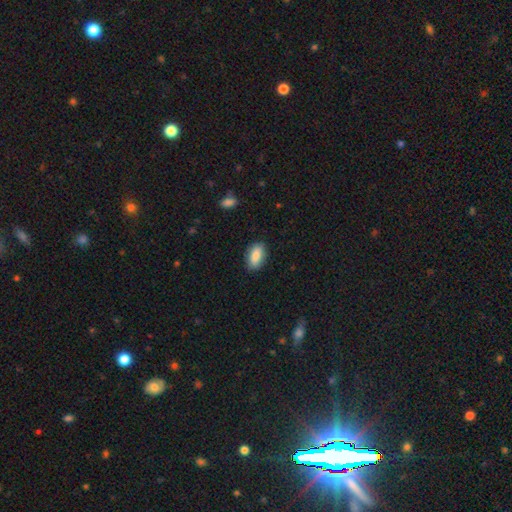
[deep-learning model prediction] Smooth or featured? Predicted: smooth (p=0.87). How rounded? Predicted: in between (p=0.91). Merging? Predicted: none (p=0.86).